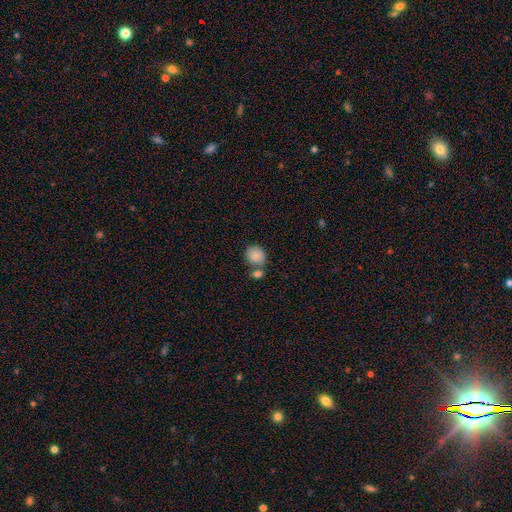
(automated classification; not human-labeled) The model was most divided on "merging": none: 52%, merger: 32%, minor disturbance: 12%, major disturbance: 4%. More confident: smooth or featured — smooth (87%); how rounded — round (78%).